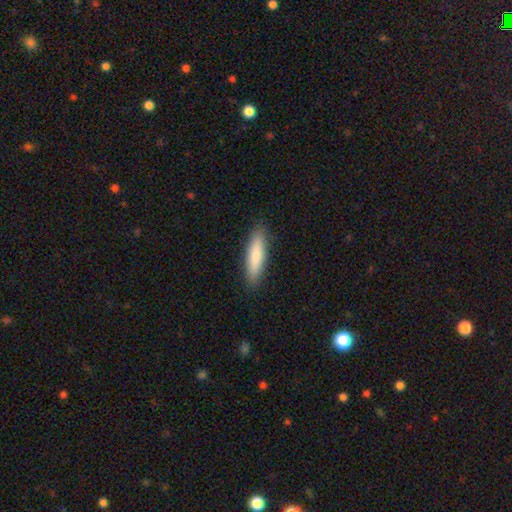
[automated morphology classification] Smooth or featured? smooth (82%)
How rounded? cigar-shaped (77%)
Merging? none (90%)